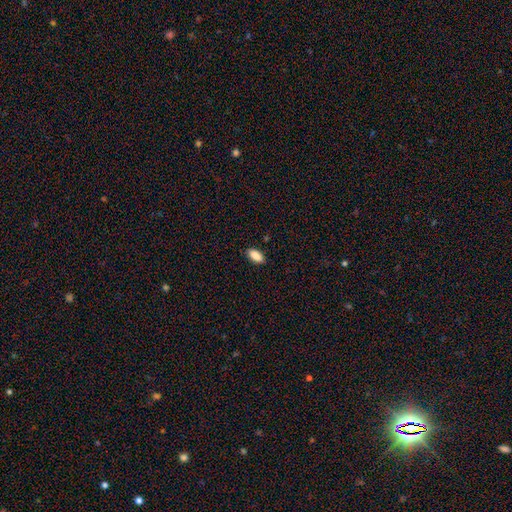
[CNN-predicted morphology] type=smooth (88%); roundness=in between (88%); merging=none (88%).